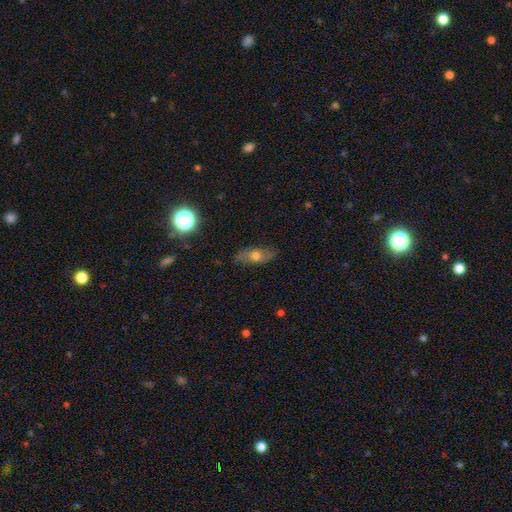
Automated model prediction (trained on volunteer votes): featured or disk 46%, smooth 43%, star or artifact 11%. Down the decision tree: merging — none (80%).